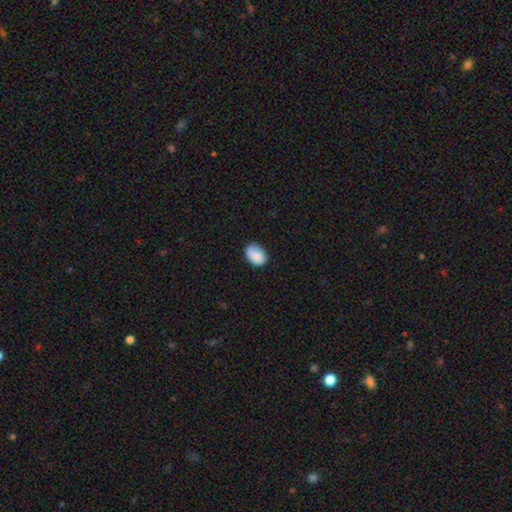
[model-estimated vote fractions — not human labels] Morphology: type=smooth (86%); roundness=in between (80%); merging=none (69%).